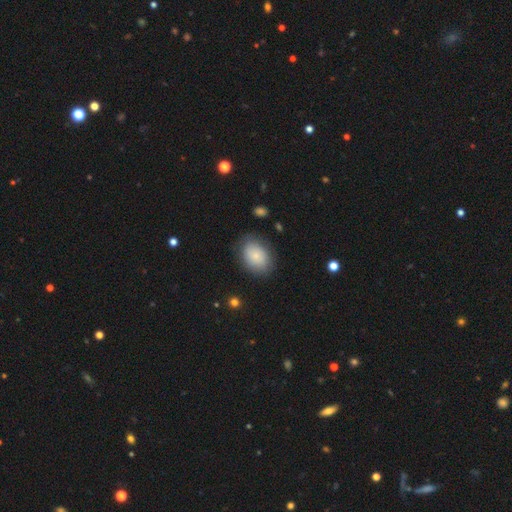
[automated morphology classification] Smooth or featured: smooth — 81% (featured or disk — 12%)
How rounded: in between — 71% (round — 28%)
Merging: none — 79% (minor disturbance — 14%)